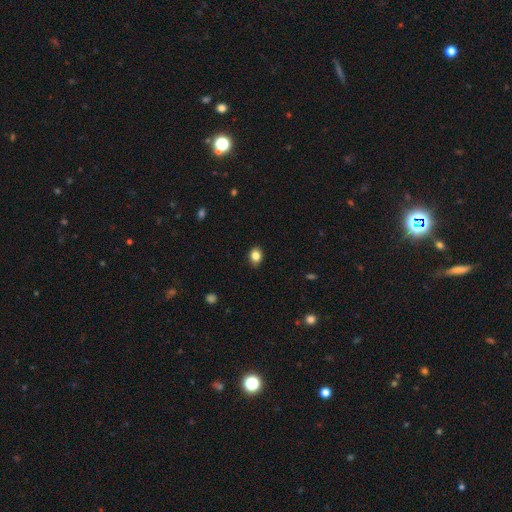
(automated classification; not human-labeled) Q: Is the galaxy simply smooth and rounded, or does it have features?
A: smooth — 84%.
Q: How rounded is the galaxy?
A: in between — 55%.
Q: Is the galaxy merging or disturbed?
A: none — 86%.